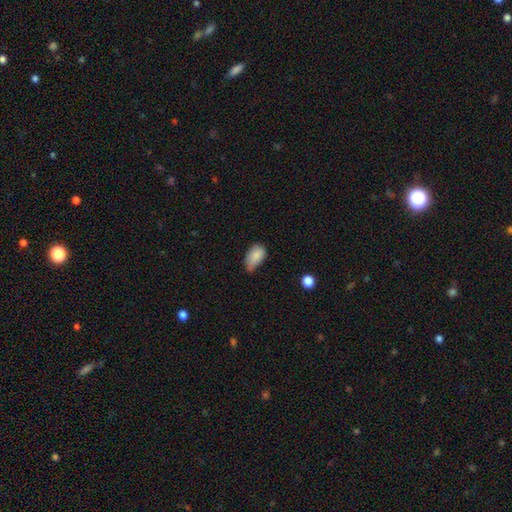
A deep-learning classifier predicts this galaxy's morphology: smooth 83%, star or artifact 9%, featured or disk 8%. Down the decision tree: how rounded — in between (89%); merging — minor disturbance (50%).